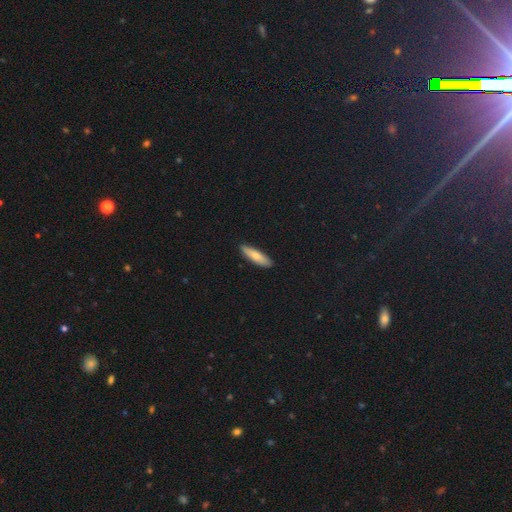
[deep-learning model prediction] Smooth or featured? Predicted: smooth (p=0.78). How rounded? Predicted: cigar-shaped (p=0.70). Merging? Predicted: none (p=0.89).